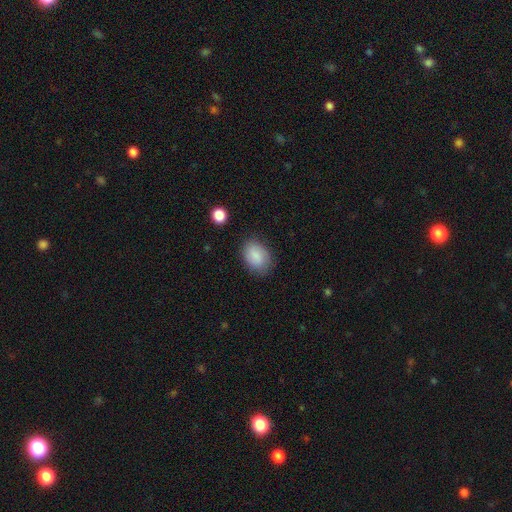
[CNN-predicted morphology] This appears to be a smooth galaxy with no disk features (85%) that is in between round and cigar-shaped (77%). Merging: none (80%).